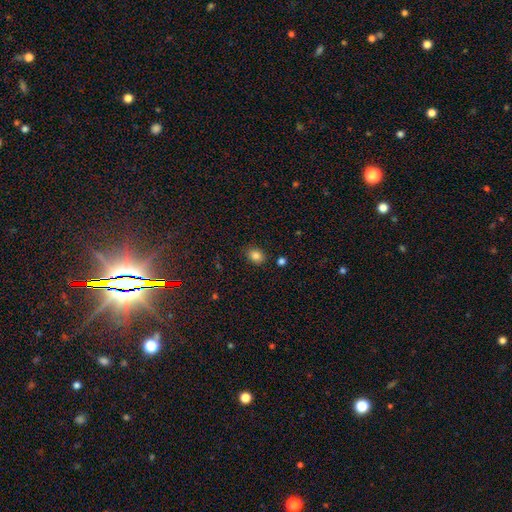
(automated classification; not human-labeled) Smooth or featured? smooth (84%)
How rounded? in between (53%)
Merging? none (84%)